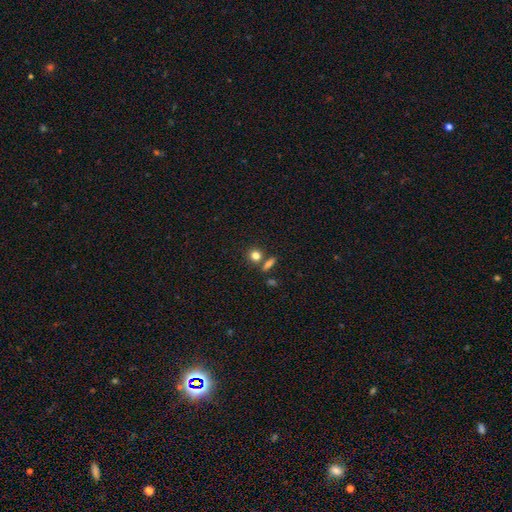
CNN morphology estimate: This appears to be a smooth galaxy with no disk features (80%) that is round (82%). Merging: none (69%).